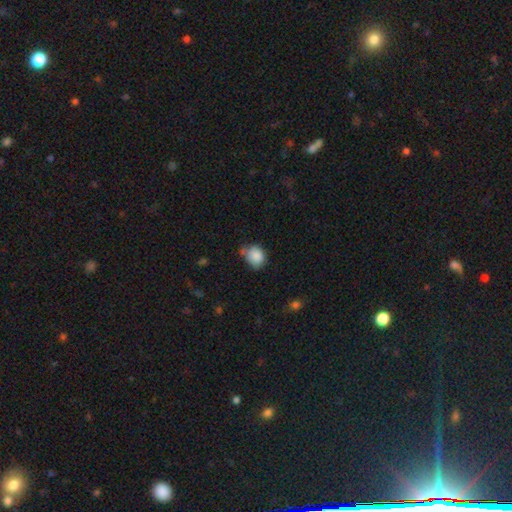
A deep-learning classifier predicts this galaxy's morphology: This appears to be a smooth galaxy with no disk features (86%) that is round (63%). Merging: none (58%).